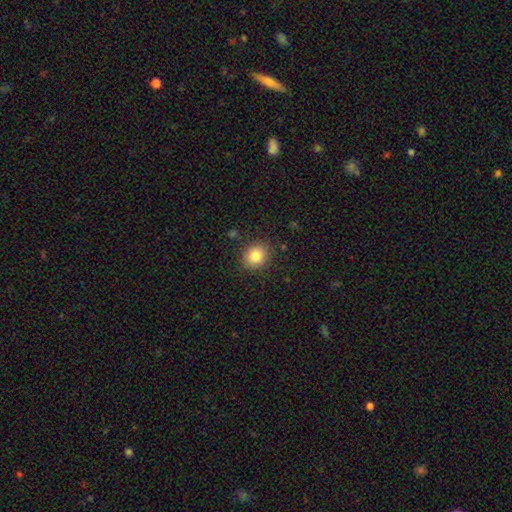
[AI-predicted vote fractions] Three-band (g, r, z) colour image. It shows a smooth galaxy with no disk features (82%) that is round (77%). Merging: none (86%).